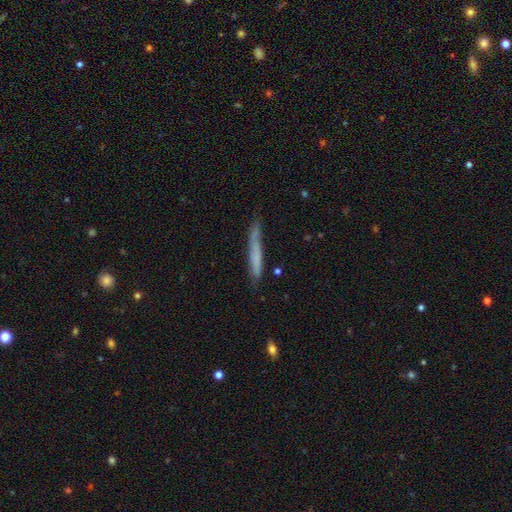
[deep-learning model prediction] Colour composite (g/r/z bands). It shows a smooth galaxy with no disk features (60%) that is cigar-shaped (95%). Merging: none (68%).